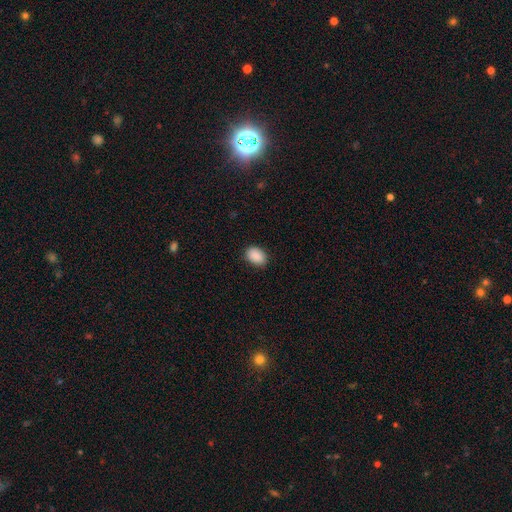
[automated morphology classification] Smooth or featured? Predicted: smooth (p=0.90). How rounded? Predicted: in between (p=0.80). Merging? Predicted: none (p=0.86).